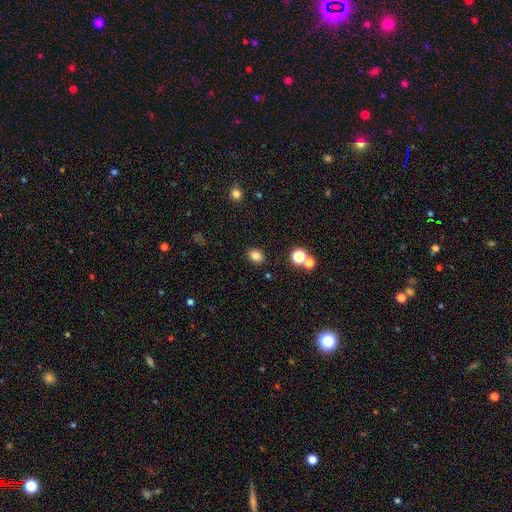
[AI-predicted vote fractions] smooth 82%, star or artifact 13%, featured or disk 5%. Down the decision tree: how rounded — in between (58%); merging — none (85%).